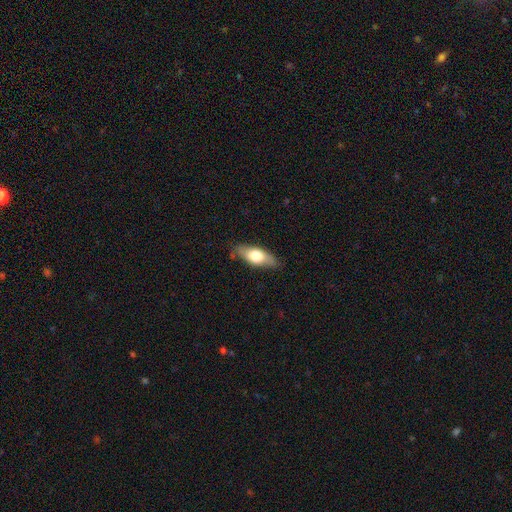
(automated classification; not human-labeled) Smooth or featured? Predicted: smooth (p=0.60). How rounded? Predicted: in between (p=0.73). Merging? Predicted: none (p=0.79).